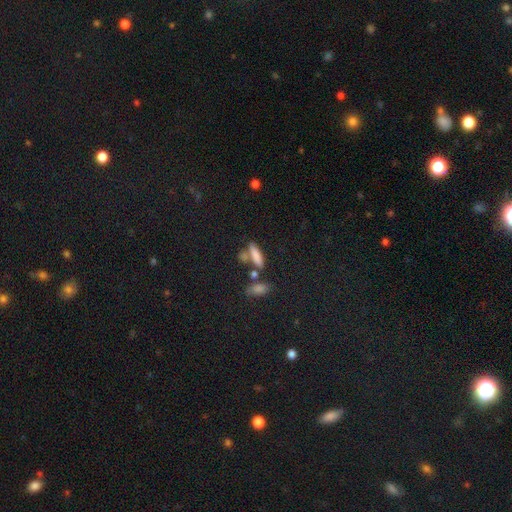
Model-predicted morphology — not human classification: Smooth or featured: smooth — 76% (featured or disk — 12%)
How rounded: cigar-shaped — 54% (in between — 41%)
Merging: none — 54% (merger — 25%)